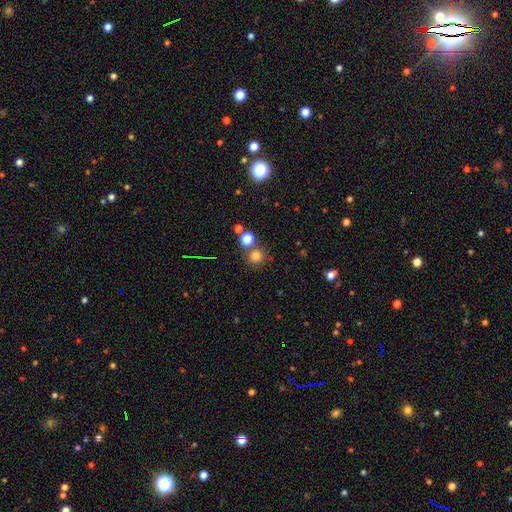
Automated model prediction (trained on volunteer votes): Smooth or featured?
  - smooth: 78% *
  - star or artifact: 17%
  - featured or disk: 6%
How rounded?
  - round: 93% *
  - in between: 6%
  - cigar-shaped: 1%
Merging?
  - none: 74% *
  - merger: 16%
  - minor disturbance: 8%
  - major disturbance: 3%